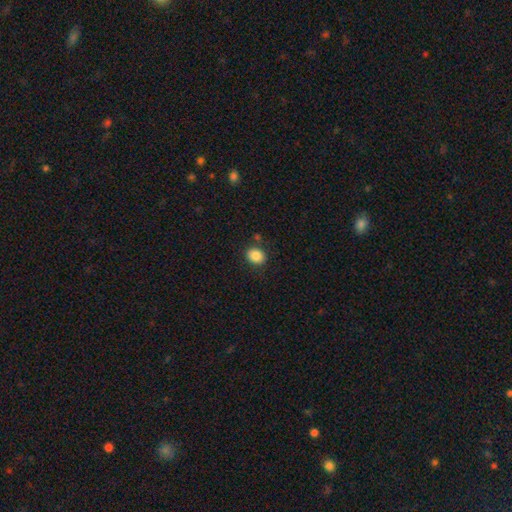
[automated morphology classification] A smooth galaxy with no disk features (87%) that is in between round and cigar-shaped (53%). Merging: none (82%).